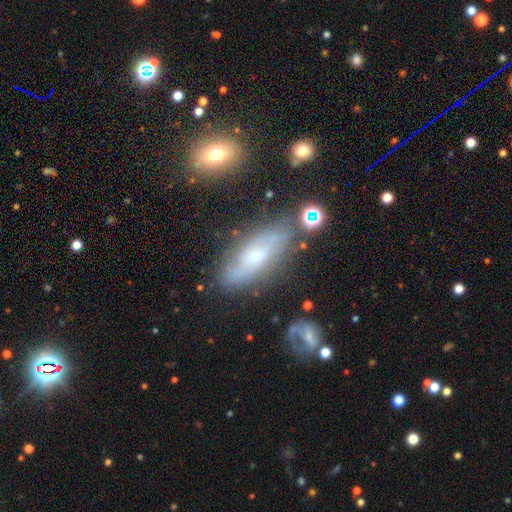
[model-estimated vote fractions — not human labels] Q: Smooth or featured?
A: featured or disk (56%); runner-up: smooth (33%)
Q: Edge-on disk?
A: no (78%); runner-up: yes (22%)
Q: Merging?
A: none (67%); runner-up: minor disturbance (21%)